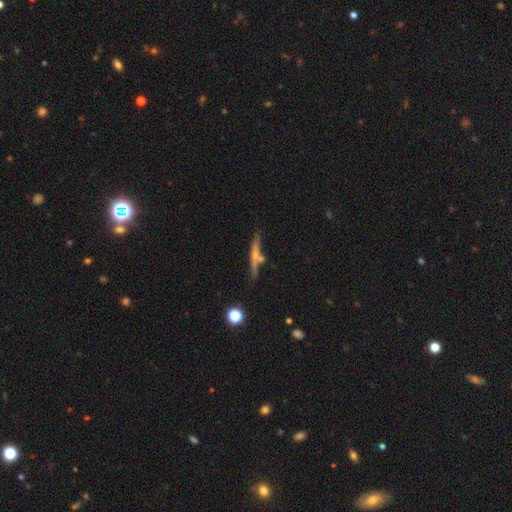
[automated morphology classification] Overall: featured or disk (52%; smooth 40%). Edge-on disk: yes (92%). Merging: none (70%).